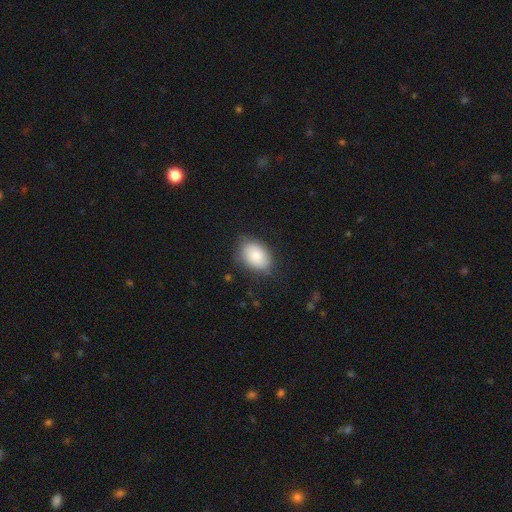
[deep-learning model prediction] Morphology: type=smooth (84%); roundness=in between (83%); merging=none (79%).